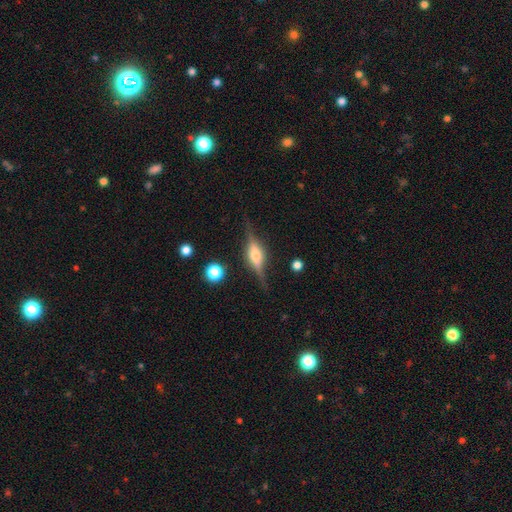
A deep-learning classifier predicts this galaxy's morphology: This is likely a featured or disk galaxy (79%). It is clearly viewed edge-on (97%). Edge-on bulge: clearly rounded (82%). Merging: clearly none (82%).